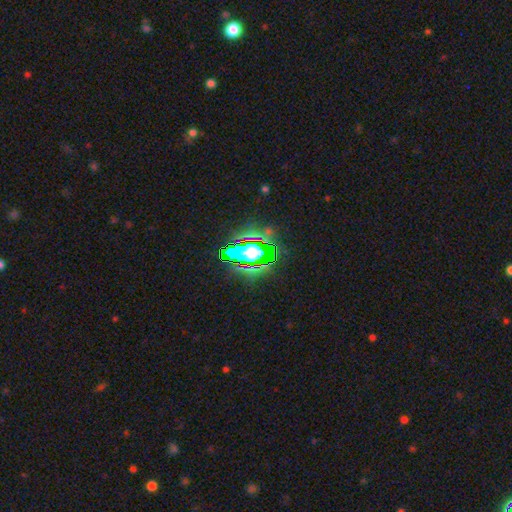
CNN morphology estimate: smooth-or-featured: star or artifact: 80% | smooth: 12% | featured or disk: 8%